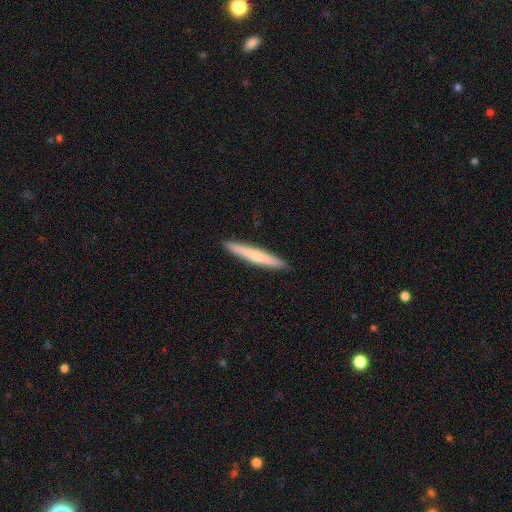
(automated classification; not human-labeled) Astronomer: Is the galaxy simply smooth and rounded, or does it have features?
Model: smooth — 56% (runner-up: featured or disk, 38%).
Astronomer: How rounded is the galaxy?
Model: cigar-shaped — 96%.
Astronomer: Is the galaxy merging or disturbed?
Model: none — 92%.